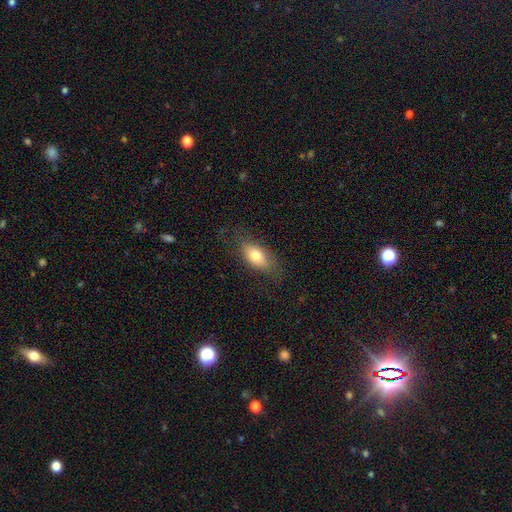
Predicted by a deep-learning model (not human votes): A smooth galaxy with no disk features (74%) that is in between round and cigar-shaped (87%). Merging: none (74%).